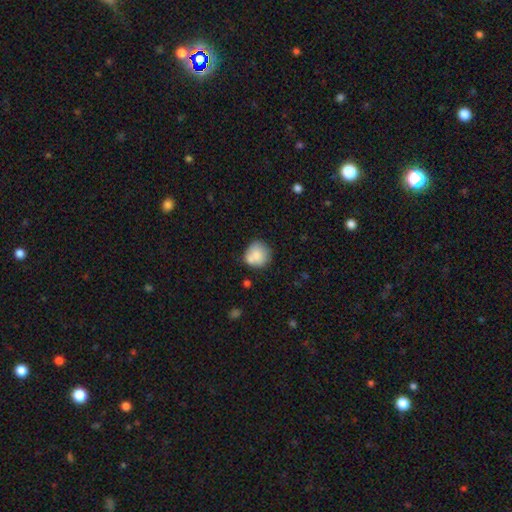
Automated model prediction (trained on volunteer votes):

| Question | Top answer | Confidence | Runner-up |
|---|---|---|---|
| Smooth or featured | smooth | 78% | featured or disk (14%) |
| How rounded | round | 87% | in between (12%) |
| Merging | none | 58% | merger (19%) |